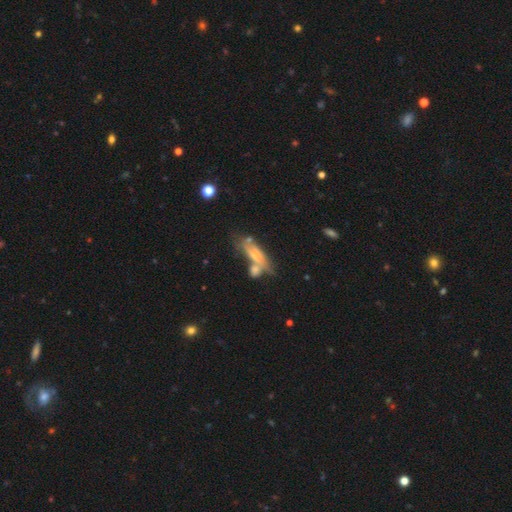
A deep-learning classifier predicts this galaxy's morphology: Q: Smooth or featured?
A: smooth (48%); runner-up: featured or disk (42%)
Q: Merging?
A: merger (40%); runner-up: none (29%)